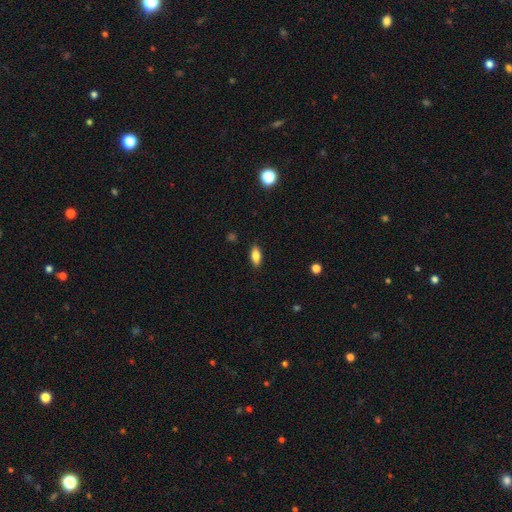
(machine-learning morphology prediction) Overall: smooth (80%). How rounded: in between (82%). Merging: none (87%).